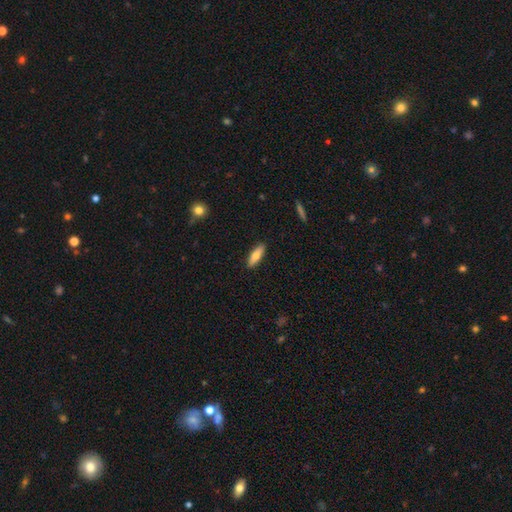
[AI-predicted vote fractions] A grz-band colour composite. It shows a smooth galaxy with no disk features (73%) that is in between round and cigar-shaped (50%). Merging: none (90%).